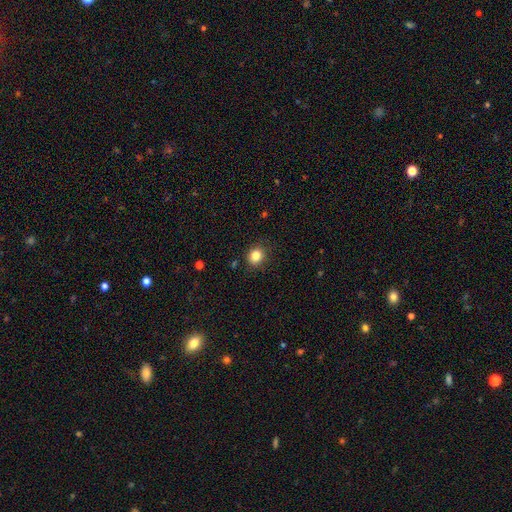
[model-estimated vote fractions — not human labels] smooth_or_featured: smooth (p=0.83) [alt: star or artifact p=0.11]
how_rounded: round (p=0.77) [alt: in between p=0.22]
merging: none (p=0.87) [alt: minor disturbance p=0.09]